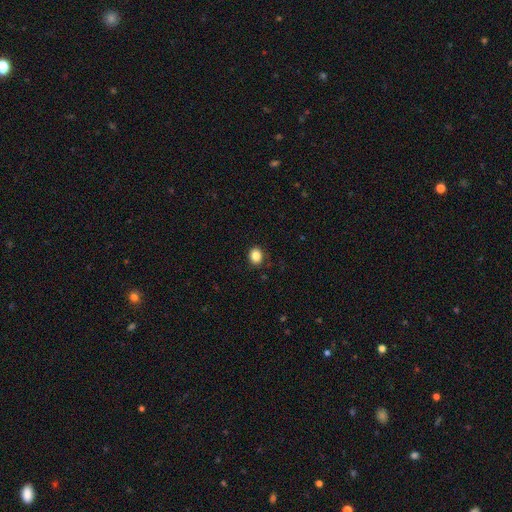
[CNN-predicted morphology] smooth-or-featured: smooth: 86% | star or artifact: 10% | featured or disk: 5%
  how-rounded: round: 59% | in between: 40% | cigar-shaped: 1%
  merging: none: 86% | minor disturbance: 10% | major disturbance: 3% | merger: 1%